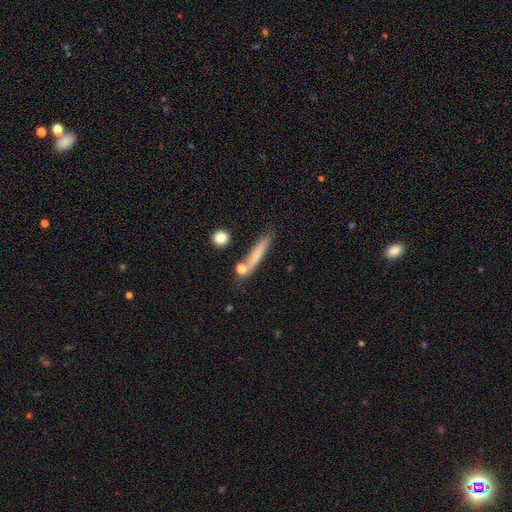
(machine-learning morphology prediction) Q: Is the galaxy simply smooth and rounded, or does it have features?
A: smooth — 64%.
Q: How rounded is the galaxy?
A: cigar-shaped — 88%.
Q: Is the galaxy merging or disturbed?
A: none — 72%.